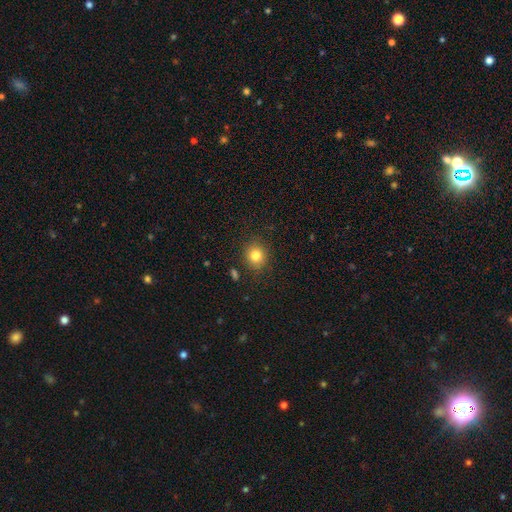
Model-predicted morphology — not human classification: Smooth or featured? Predicted: smooth (p=0.81). How rounded? Predicted: round (p=0.83). Merging? Predicted: none (p=0.86).